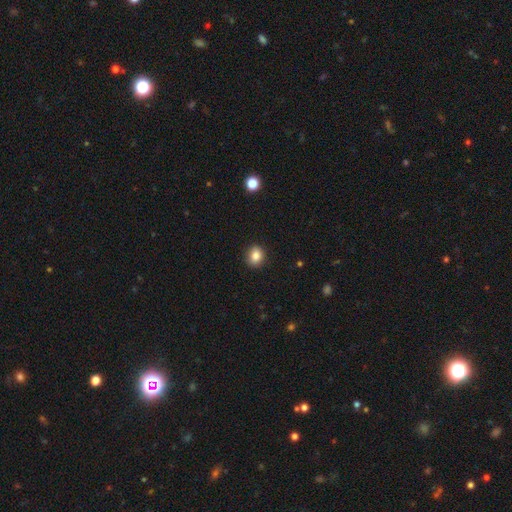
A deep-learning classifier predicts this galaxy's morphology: smooth-or-featured: smooth: 85% | star or artifact: 10% | featured or disk: 5%
  how-rounded: round: 66% | in between: 33% | cigar-shaped: 1%
  merging: none: 89% | minor disturbance: 8% | major disturbance: 2% | merger: 1%